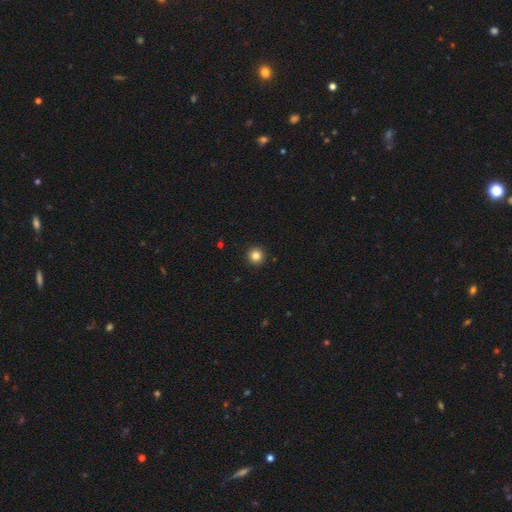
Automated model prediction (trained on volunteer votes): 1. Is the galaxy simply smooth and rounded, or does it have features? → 84% smooth, 11% star or artifact, 4% featured or disk.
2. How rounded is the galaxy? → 96% round, 3% in between, 1% cigar-shaped.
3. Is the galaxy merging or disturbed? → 94% none, 4% minor disturbance, 1% major disturbance, 1% merger.